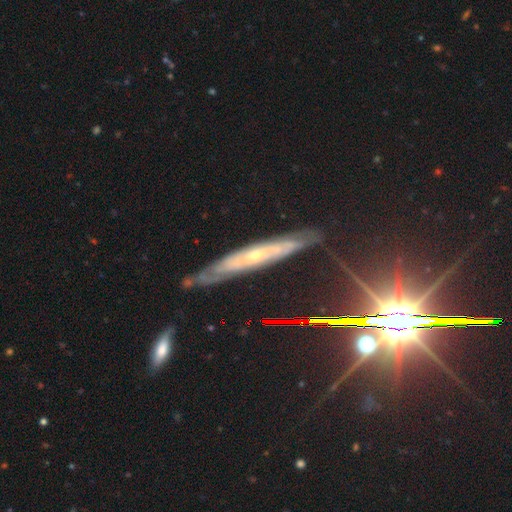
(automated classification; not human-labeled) smooth-or-featured: featured or disk: 73% | smooth: 16% | star or artifact: 11%
  disk-edge-on: yes: 64% | no: 36%
  merging: none: 79% | minor disturbance: 16% | major disturbance: 3% | merger: 2%